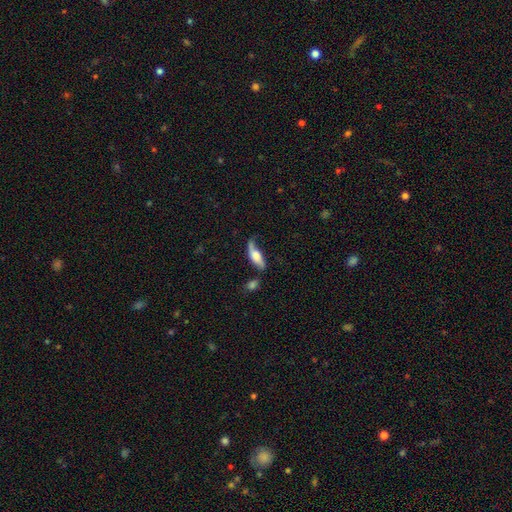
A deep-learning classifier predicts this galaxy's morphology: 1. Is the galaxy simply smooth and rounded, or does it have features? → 51% featured or disk, 42% smooth, 7% star or artifact.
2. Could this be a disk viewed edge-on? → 55% no, 45% yes.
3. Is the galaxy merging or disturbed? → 46% none, 28% minor disturbance, 15% major disturbance, 10% merger.